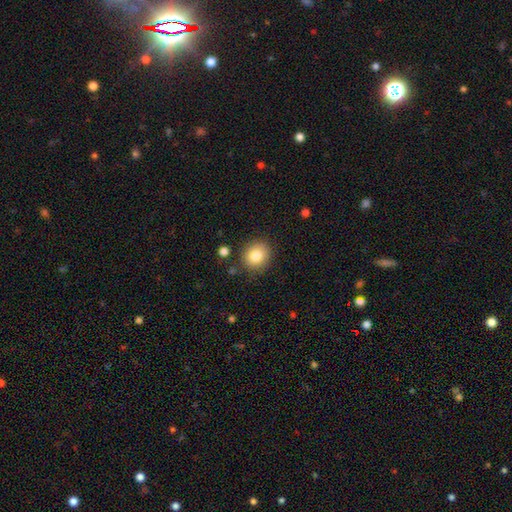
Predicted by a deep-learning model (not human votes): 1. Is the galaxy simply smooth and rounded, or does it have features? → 83% smooth, 9% star or artifact, 8% featured or disk.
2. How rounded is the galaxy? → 76% round, 23% in between, 1% cigar-shaped.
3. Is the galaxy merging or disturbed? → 85% none, 10% minor disturbance, 3% major disturbance, 3% merger.